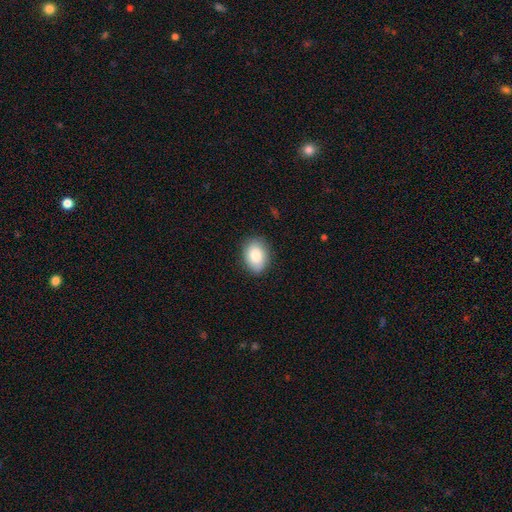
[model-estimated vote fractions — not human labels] Smooth or featured? Predicted: smooth (p=0.84). How rounded? Predicted: in between (p=0.74). Merging? Predicted: none (p=0.86).